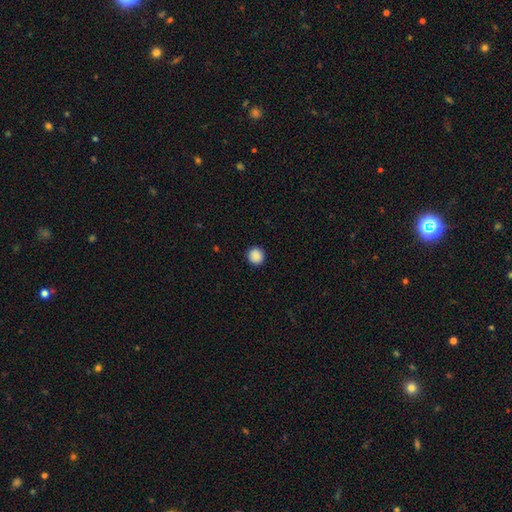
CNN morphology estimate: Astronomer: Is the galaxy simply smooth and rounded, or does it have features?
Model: smooth — 89%.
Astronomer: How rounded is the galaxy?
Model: round — 92%.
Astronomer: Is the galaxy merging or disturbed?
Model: none — 92%.